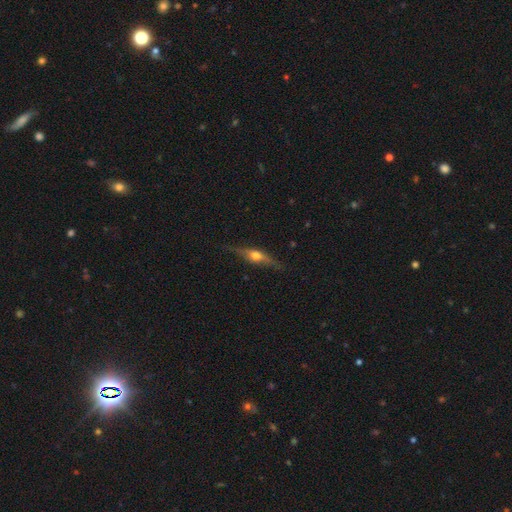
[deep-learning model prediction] Smooth or featured?
  - featured or disk: 74% *
  - smooth: 19%
  - star or artifact: 7%
Edge-on disk?
  - yes: 96% *
  - no: 4%
Edge-on bulge?
  - rounded: 93% *
  - boxy: 5%
  - none: 2%
Merging?
  - none: 84% *
  - minor disturbance: 12%
  - major disturbance: 3%
  - merger: 1%